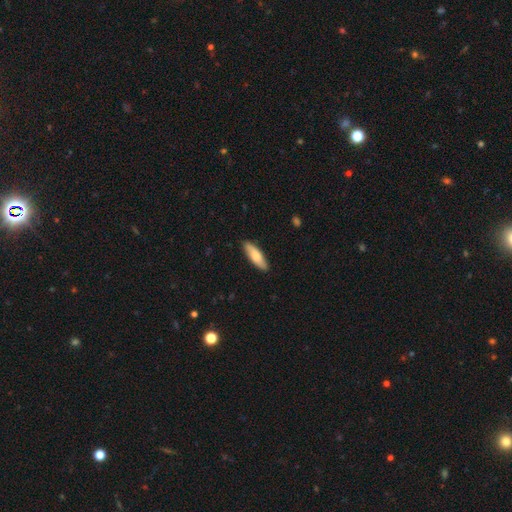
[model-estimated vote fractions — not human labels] Smooth or featured?
  - smooth: 73% *
  - featured or disk: 22%
  - star or artifact: 5%
How rounded?
  - cigar-shaped: 55% *
  - in between: 43%
  - round: 2%
Merging?
  - none: 88% *
  - minor disturbance: 9%
  - major disturbance: 2%
  - merger: 1%